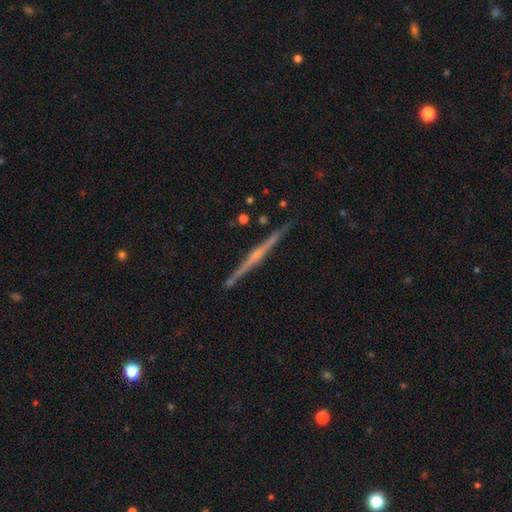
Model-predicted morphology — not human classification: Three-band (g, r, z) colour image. It shows a featured or disk galaxy (82%) viewed edge-on (98%) with a rounded central bulge (64%). Merging: none (89%).